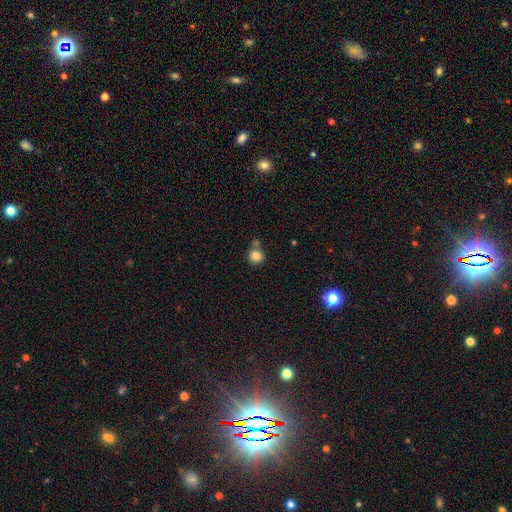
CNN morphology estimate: Overall: smooth (83%). How rounded: round (93%). Merging: none (69%).